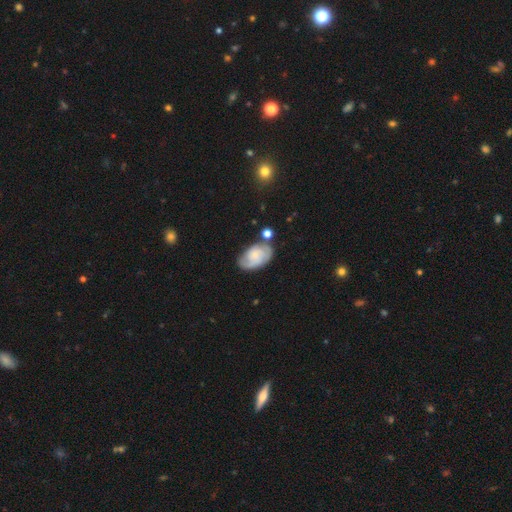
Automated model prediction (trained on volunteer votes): smooth_or_featured: featured or disk (p=0.59) [alt: smooth p=0.34]
disk_edge_on: no (p=0.96) [alt: yes p=0.04]
bar: no (p=0.71) [alt: weak p=0.26]
has_spiral_arms: yes (p=0.88) [alt: no p=0.12]
spiral_winding: tight (p=0.47) [alt: medium p=0.38]
spiral_arm_count: 2 (p=0.48) [alt: can't tell p=0.27]
bulge_size: small (p=0.59) [alt: moderate p=0.21]
merging: none (p=0.59) [alt: minor disturbance p=0.23]